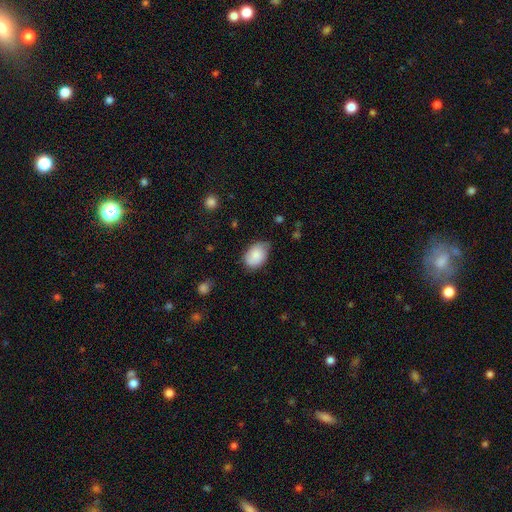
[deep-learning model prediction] Smooth or featured? smooth (78%)
How rounded? in between (83%)
Merging? none (61%)